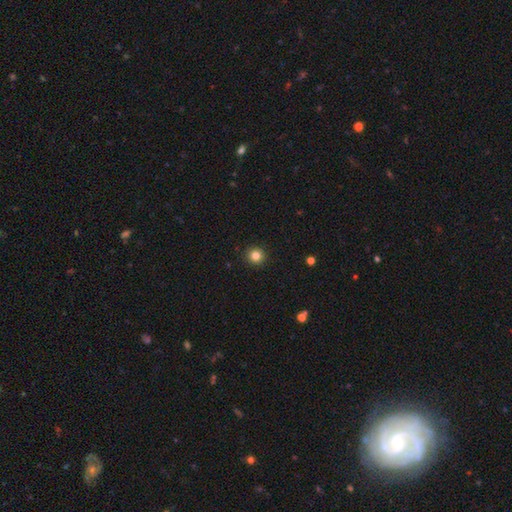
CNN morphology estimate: smooth-or-featured: smooth: 83% | star or artifact: 12% | featured or disk: 5%
  how-rounded: round: 94% | in between: 5% | cigar-shaped: 1%
  merging: none: 93% | minor disturbance: 4% | major disturbance: 1% | merger: 1%